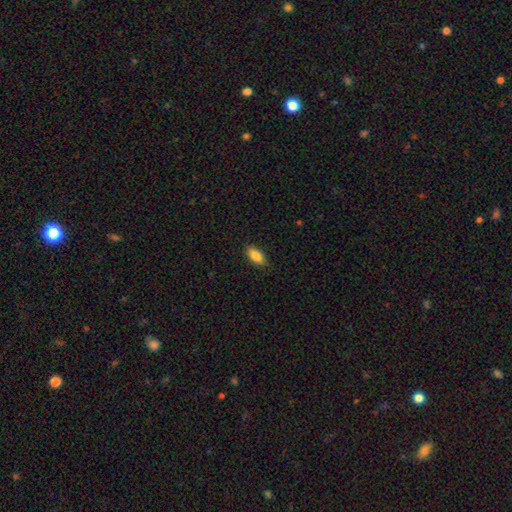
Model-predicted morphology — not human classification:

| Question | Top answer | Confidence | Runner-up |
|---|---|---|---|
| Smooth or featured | smooth | 86% | star or artifact (7%) |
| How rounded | in between | 83% | cigar-shaped (14%) |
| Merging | none | 87% | minor disturbance (10%) |